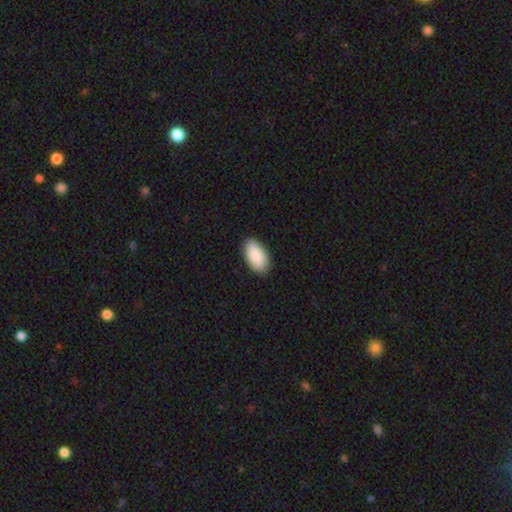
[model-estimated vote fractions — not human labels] A smooth galaxy with no disk features (88%) that is in between round and cigar-shaped (95%). Merging: none (88%).